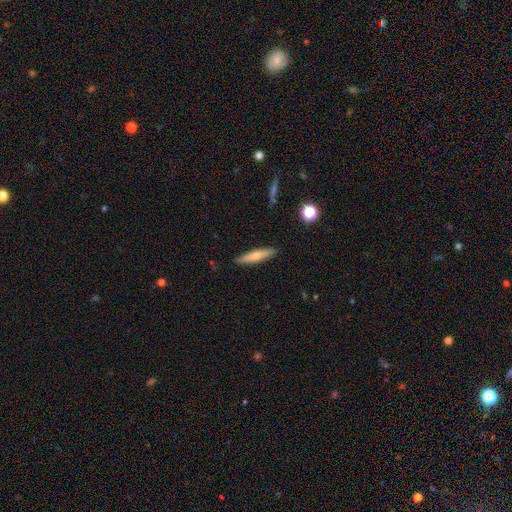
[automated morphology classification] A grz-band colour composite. It shows a smooth galaxy with no disk features (61%) that is cigar-shaped (88%). Merging: none (90%).